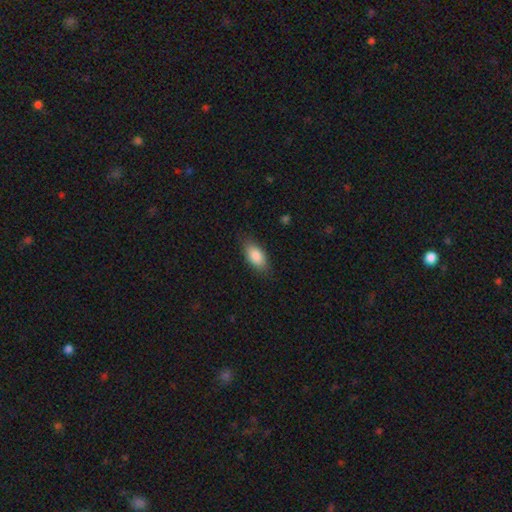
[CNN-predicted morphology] smooth_or_featured: smooth (p=0.86) [alt: featured or disk p=0.07]
how_rounded: in between (p=0.89) [alt: cigar-shaped p=0.08]
merging: none (p=0.82) [alt: minor disturbance p=0.14]